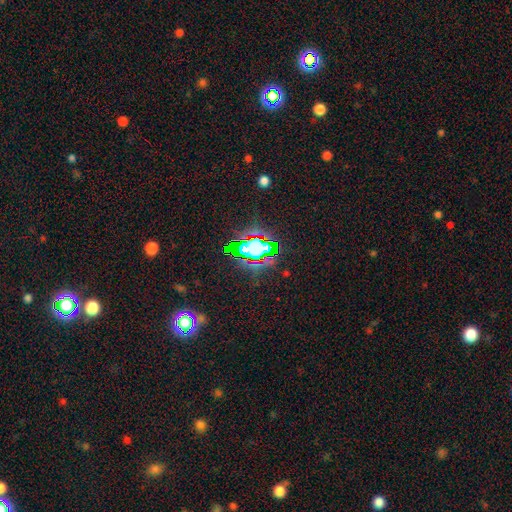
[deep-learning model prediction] This appears to be a star or artifact, not a galaxy (76%).